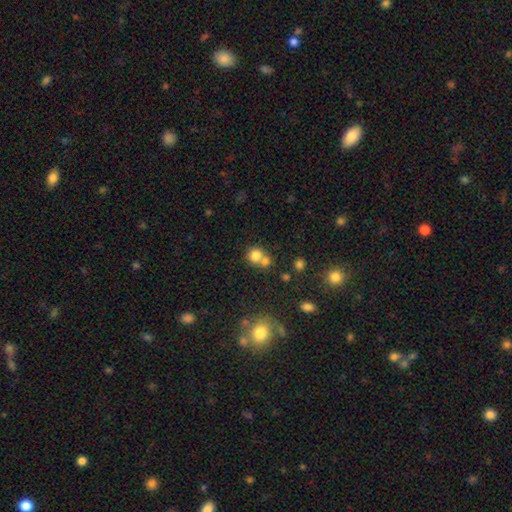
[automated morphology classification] The model was most divided on "merging": merger: 47%, none: 42%, minor disturbance: 7%, major disturbance: 3%. More confident: how rounded — round (83%); smooth or featured — smooth (79%).